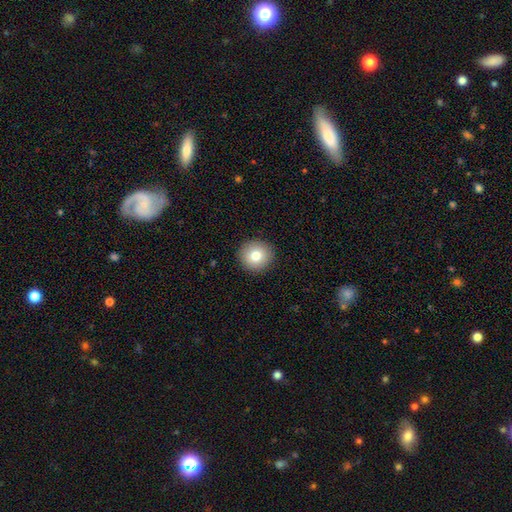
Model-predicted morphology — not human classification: Q: Smooth or featured?
A: smooth (78%); runner-up: featured or disk (11%)
Q: How rounded?
A: round (93%); runner-up: in between (6%)
Q: Merging?
A: none (92%); runner-up: minor disturbance (5%)